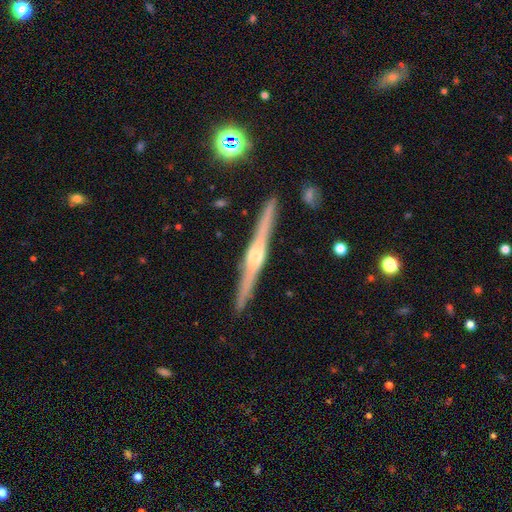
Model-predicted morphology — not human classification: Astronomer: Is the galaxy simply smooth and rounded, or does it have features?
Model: featured or disk — 84%.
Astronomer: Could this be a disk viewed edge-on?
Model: yes — 98%.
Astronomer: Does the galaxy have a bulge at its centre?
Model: rounded — 84%.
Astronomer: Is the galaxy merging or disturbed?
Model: none — 92%.